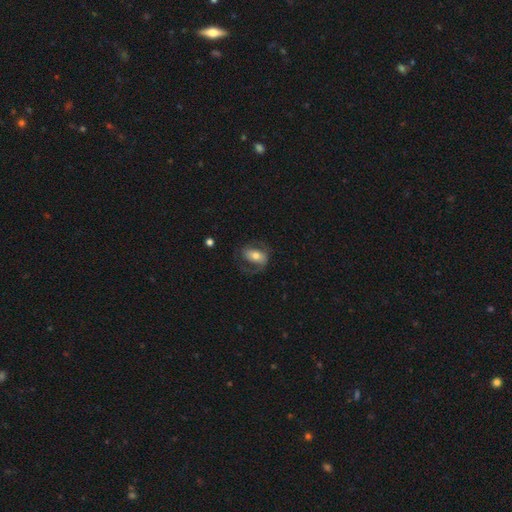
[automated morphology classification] This appears to be a featured or disk galaxy (50%). Merging: none (54%).